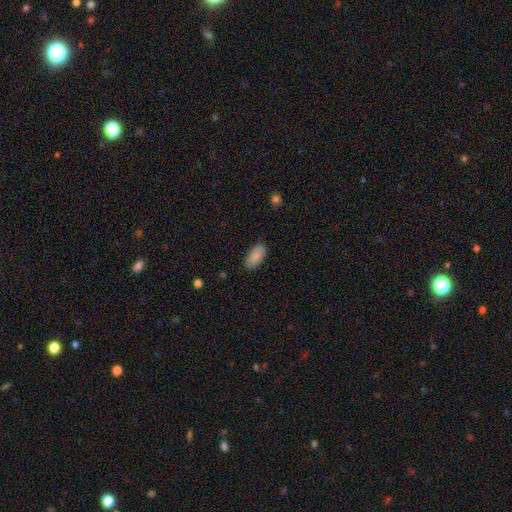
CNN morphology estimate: This is clearly a smooth galaxy (87%). How rounded: clearly in between (93%). Merging: clearly none (86%).